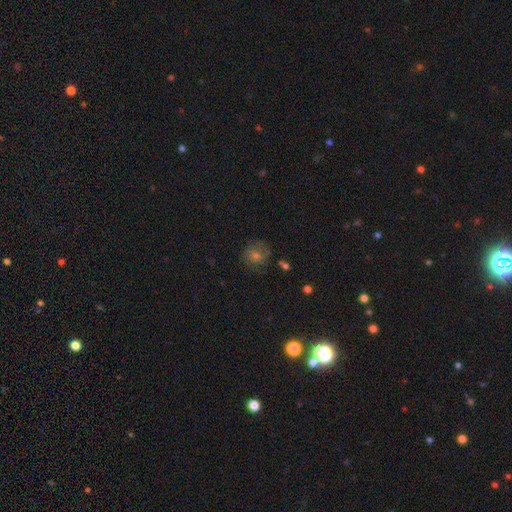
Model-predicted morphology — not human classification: The model was most divided on "smooth or featured": smooth: 47%, featured or disk: 33%, star or artifact: 20%. More confident: merging — none (76%).